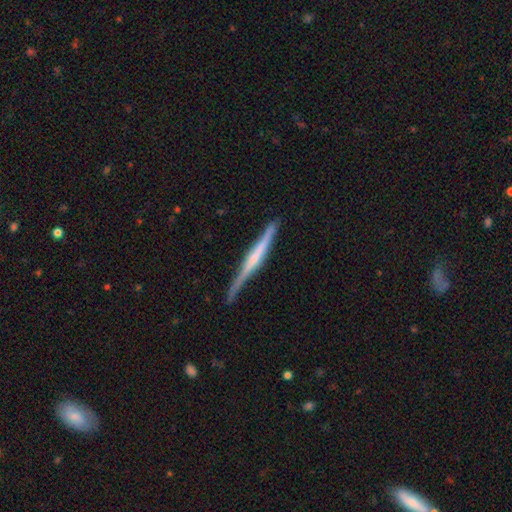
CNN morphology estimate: Smooth or featured? Predicted: featured or disk (p=0.68). Edge-on disk? Predicted: yes (p=0.97). Edge-on bulge? Predicted: none (p=0.41). Merging? Predicted: none (p=0.79).